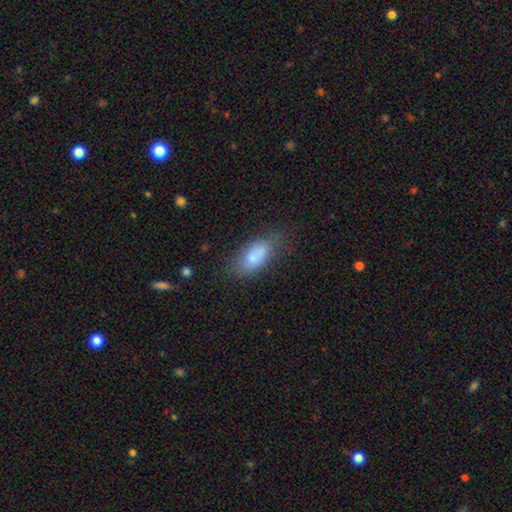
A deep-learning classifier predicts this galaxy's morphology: The model was most divided on "merging": none: 54%, minor disturbance: 28%, major disturbance: 12%, merger: 6%. More confident: how rounded — in between (87%); smooth or featured — smooth (78%).